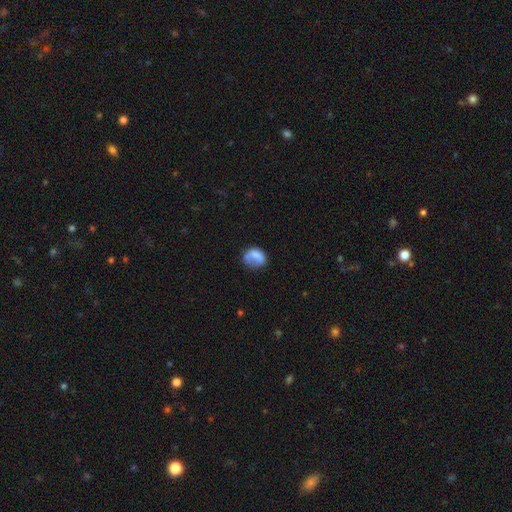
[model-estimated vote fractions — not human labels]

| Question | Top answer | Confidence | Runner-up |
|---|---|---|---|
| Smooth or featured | smooth | 69% | featured or disk (21%) |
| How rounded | in between | 53% | round (46%) |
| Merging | none | 41% | minor disturbance (29%) |